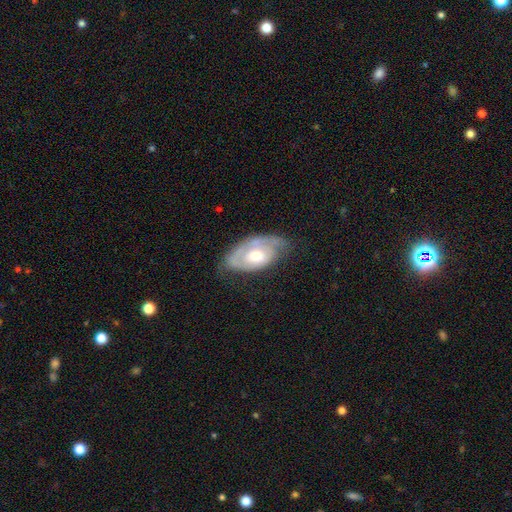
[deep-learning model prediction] Smooth or featured? featured or disk (68%)
Edge-on disk? no (92%)
Bar? no (74%)
Spiral arms? yes (71%)
Bulge size? moderate (66%)
Merging? none (57%)